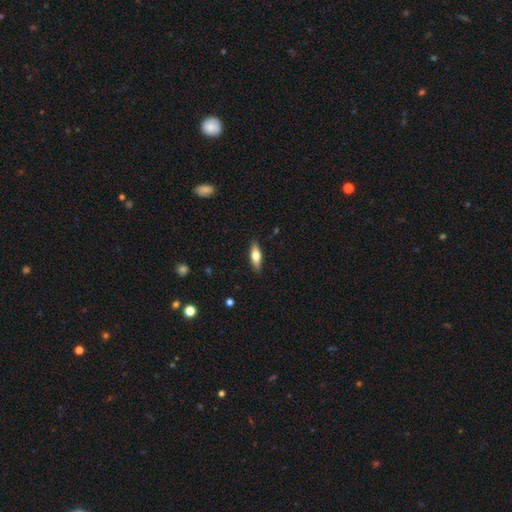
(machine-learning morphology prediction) This is likely a smooth galaxy (61%). How rounded: possibly in between (54%). Merging: clearly none (88%).